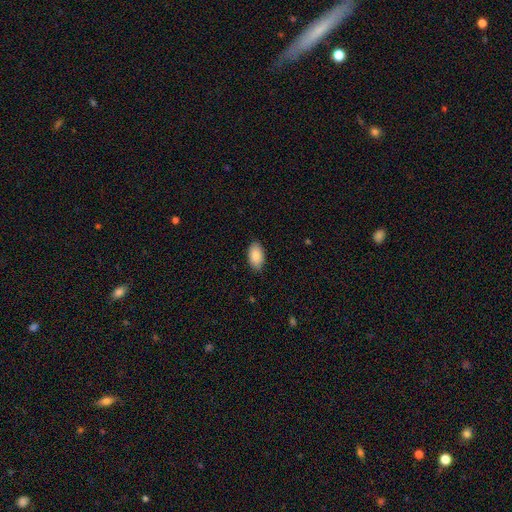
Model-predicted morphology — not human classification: Overall: smooth (88%). How rounded: in between (95%). Merging: none (87%).